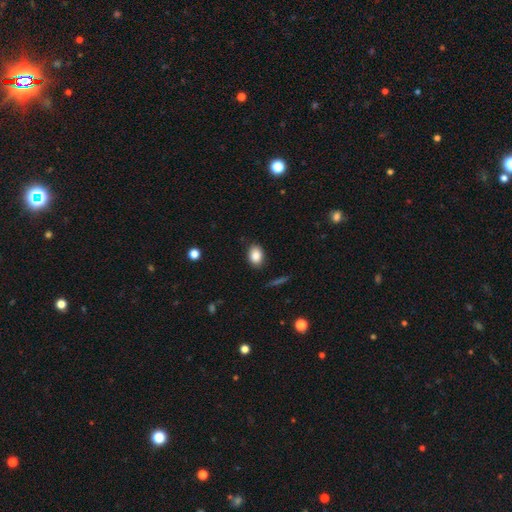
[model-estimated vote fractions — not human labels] Smooth or featured?
  - smooth: 86% *
  - star or artifact: 9%
  - featured or disk: 6%
How rounded?
  - in between: 77% *
  - round: 21%
  - cigar-shaped: 1%
Merging?
  - none: 85% *
  - minor disturbance: 11%
  - major disturbance: 3%
  - merger: 1%